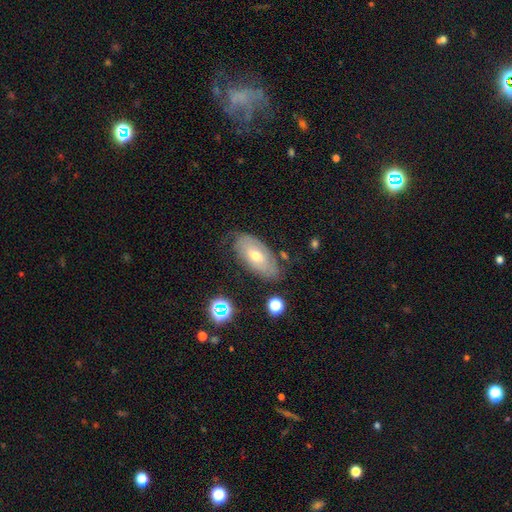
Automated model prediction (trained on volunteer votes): A featured or disk galaxy (50%). Merging: none (66%).